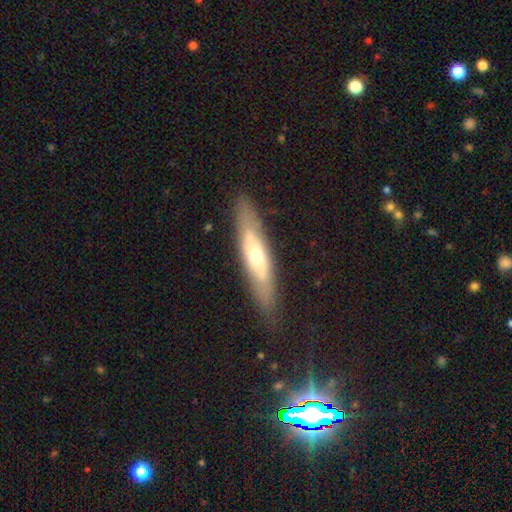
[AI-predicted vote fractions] The model was most divided on "smooth or featured": featured or disk: 55%, smooth: 39%, star or artifact: 6%. More confident: merging — none (83%); edge-on disk — yes (59%).